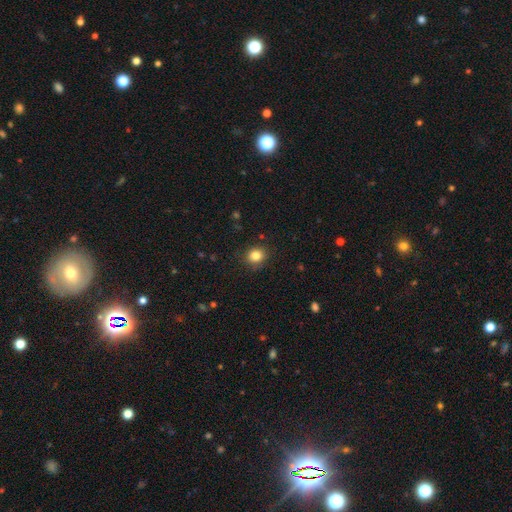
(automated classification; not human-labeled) Smooth or featured: smooth — 84% (star or artifact — 11%)
How rounded: round — 77% (in between — 22%)
Merging: none — 86% (minor disturbance — 10%)